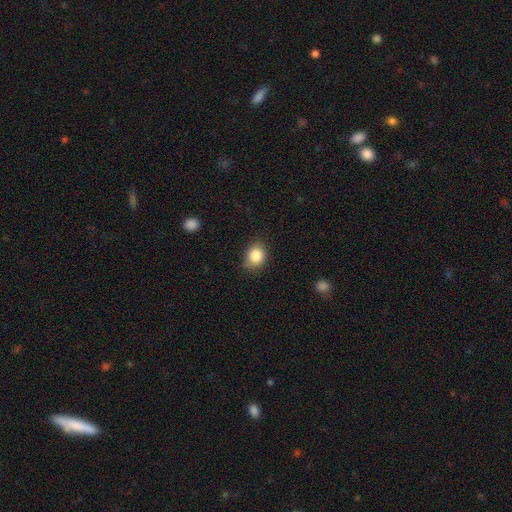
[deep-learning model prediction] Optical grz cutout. It shows a smooth galaxy with no disk features (84%) that is round (68%). Merging: none (75%).